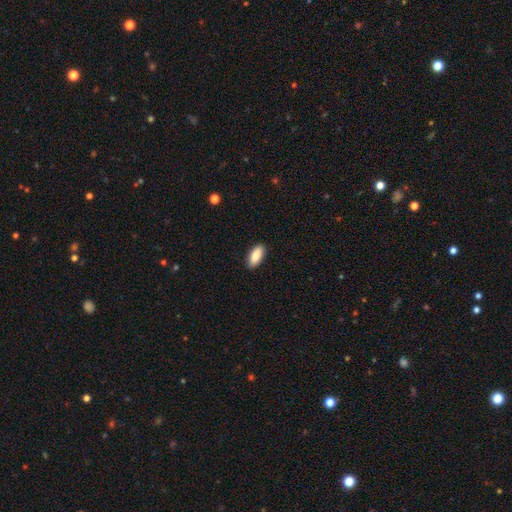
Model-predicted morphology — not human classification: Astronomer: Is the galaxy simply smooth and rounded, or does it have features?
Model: smooth — 86%.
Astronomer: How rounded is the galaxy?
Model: in between — 85%.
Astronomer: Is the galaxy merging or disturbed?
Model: none — 89%.